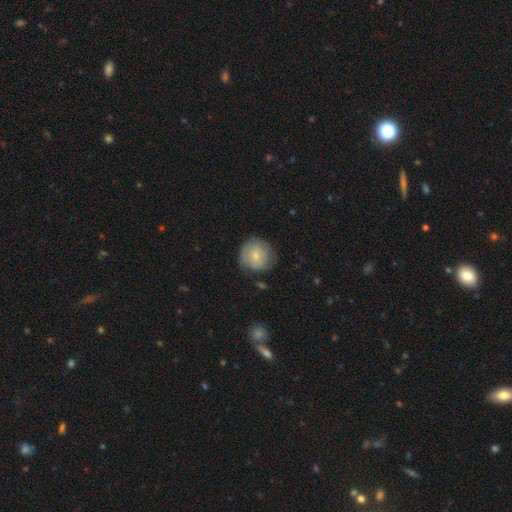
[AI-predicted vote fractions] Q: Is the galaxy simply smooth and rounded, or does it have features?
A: smooth — 69%.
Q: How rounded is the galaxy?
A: round — 91%.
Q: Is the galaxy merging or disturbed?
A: none — 69%.